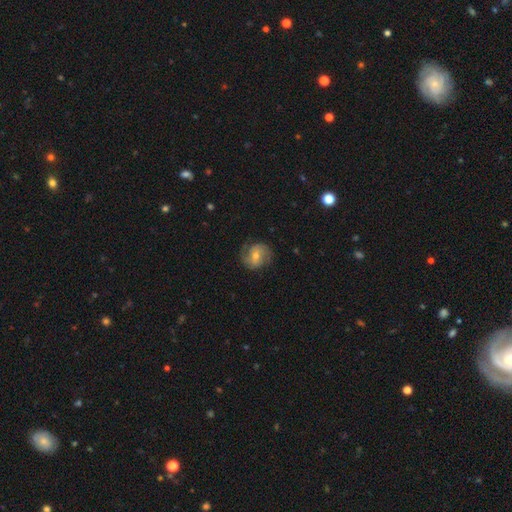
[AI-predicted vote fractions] Overall: featured or disk (57%; smooth 35%). Edge-on disk: no (97%). Bar: weak (43%; no 42%). Spiral arms: yes (83%). Bulge size: moderate (57%; small 37%). Merging: none (71%).